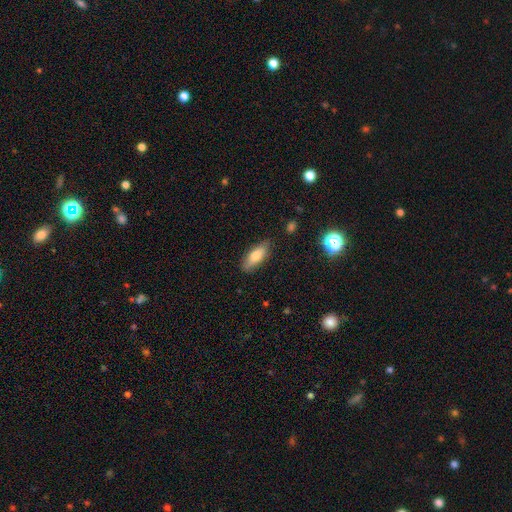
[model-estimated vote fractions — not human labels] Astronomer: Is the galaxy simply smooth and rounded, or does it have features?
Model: smooth — 73%.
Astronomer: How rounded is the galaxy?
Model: in between — 67%.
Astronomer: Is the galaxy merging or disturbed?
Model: none — 81%.